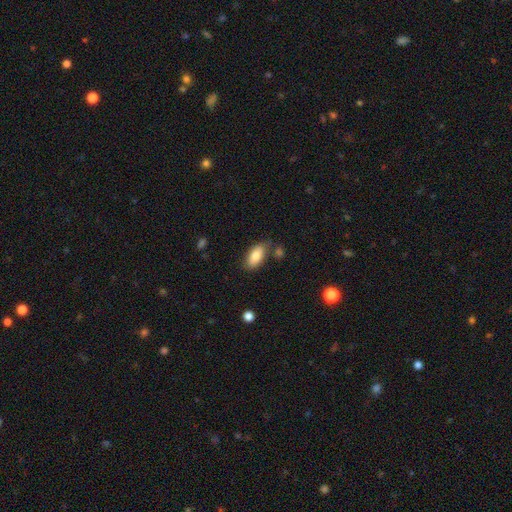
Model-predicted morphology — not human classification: Overall: smooth (82%). How rounded: in between (90%). Merging: none (74%).